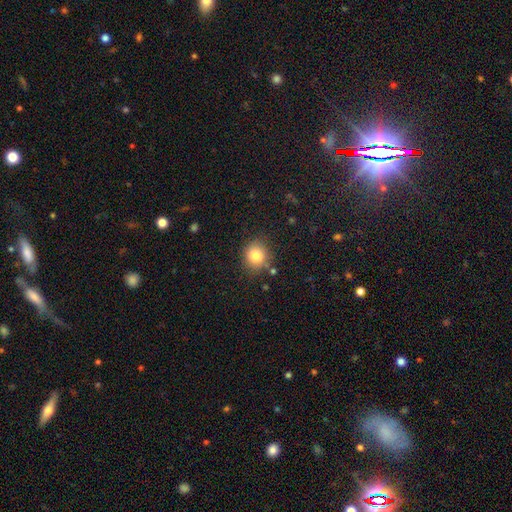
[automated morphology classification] A smooth galaxy with no disk features (83%) that is round (82%). Merging: none (82%).